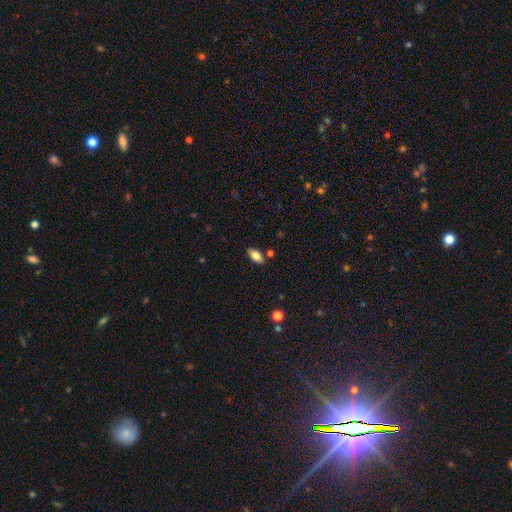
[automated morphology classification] Overall: smooth (80%). How rounded: in between (91%). Merging: none (84%).